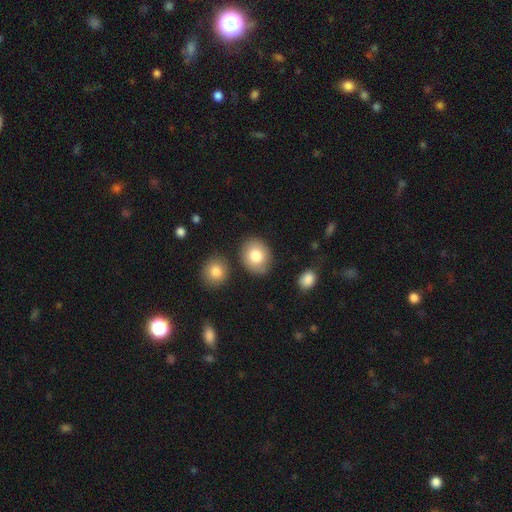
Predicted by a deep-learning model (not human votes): smooth-or-featured: smooth: 81% | featured or disk: 11% | star or artifact: 7%
  how-rounded: round: 53% | in between: 46% | cigar-shaped: 1%
  merging: none: 79% | minor disturbance: 12% | merger: 6% | major disturbance: 3%